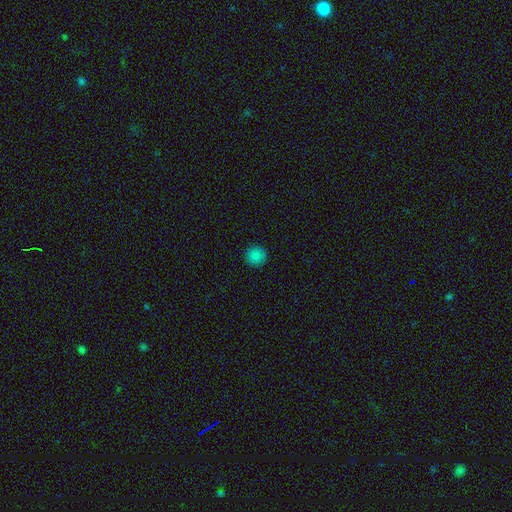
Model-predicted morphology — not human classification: Smooth or featured?
  - smooth: 85% *
  - star or artifact: 12%
  - featured or disk: 3%
How rounded?
  - round: 95% *
  - in between: 4%
  - cigar-shaped: 1%
Merging?
  - none: 92% *
  - minor disturbance: 5%
  - major disturbance: 2%
  - merger: 1%